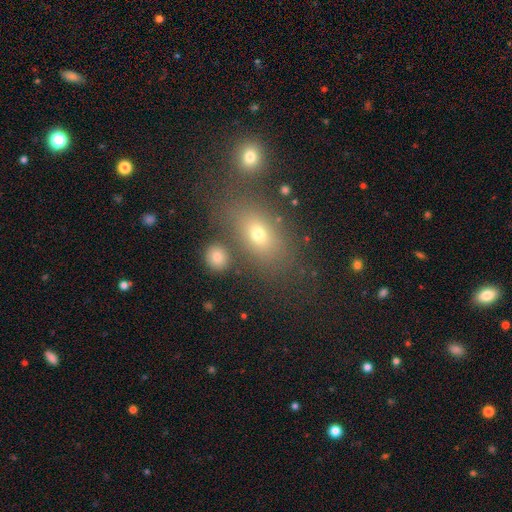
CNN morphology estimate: smooth-or-featured: smooth: 60% | star or artifact: 24% | featured or disk: 16%
  how-rounded: in between: 72% | round: 21% | cigar-shaped: 6%
  merging: none: 70% | merger: 13% | minor disturbance: 12% | major disturbance: 5%